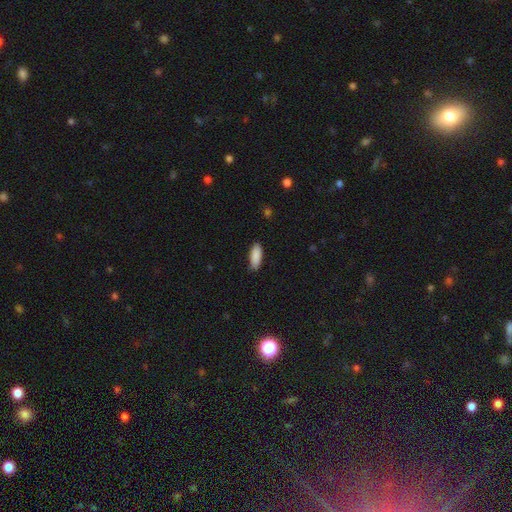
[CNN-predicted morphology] smooth-or-featured: smooth: 90% | star or artifact: 6% | featured or disk: 4%
  how-rounded: in between: 73% | cigar-shaped: 26% | round: 2%
  merging: none: 85% | minor disturbance: 12% | major disturbance: 2% | merger: 1%